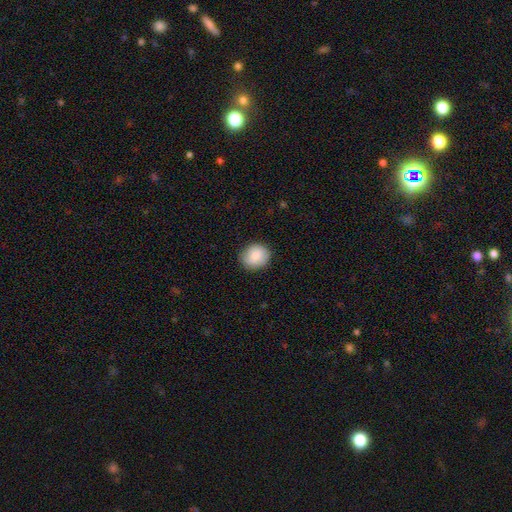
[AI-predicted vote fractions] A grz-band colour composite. It shows a smooth galaxy with no disk features (84%) that is round (79%). Merging: none (86%).